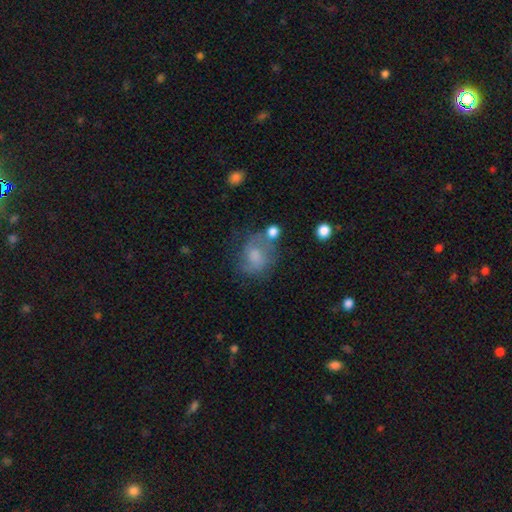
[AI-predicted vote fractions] This is possibly a smooth galaxy (55%). How rounded: possibly round (58%). Merging: possibly none (49%).